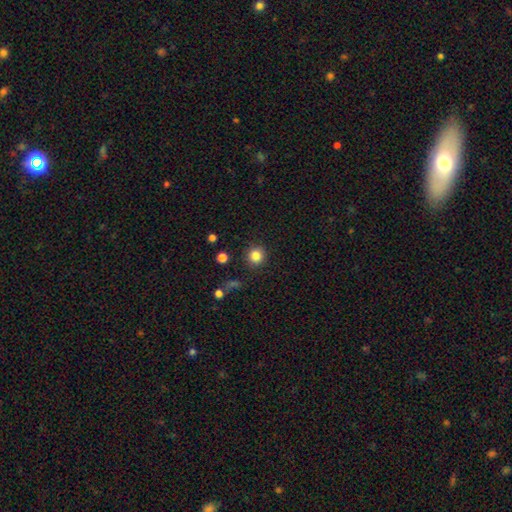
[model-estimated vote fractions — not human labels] smooth-or-featured: smooth: 84% | star or artifact: 11% | featured or disk: 5%
  how-rounded: round: 92% | in between: 7% | cigar-shaped: 1%
  merging: none: 89% | minor disturbance: 6% | major disturbance: 3% | merger: 2%